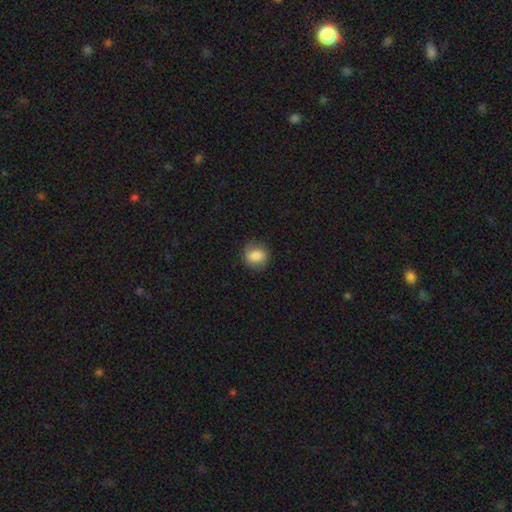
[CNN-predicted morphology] Smooth or featured? smooth (84%)
How rounded? round (71%)
Merging? none (82%)